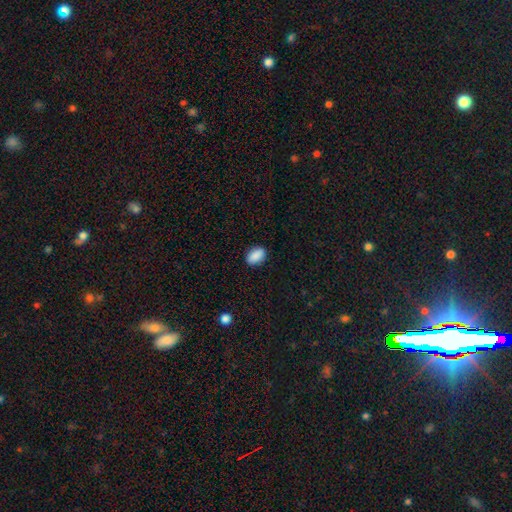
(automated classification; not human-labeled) This appears to be a smooth galaxy with no disk features (89%) that is in between round and cigar-shaped (88%). Merging: none (88%).